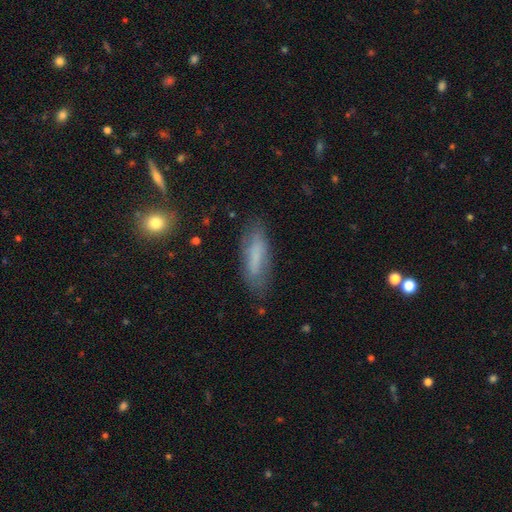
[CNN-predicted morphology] A smooth galaxy with no disk features (67%) that is cigar-shaped (54%). Merging: none (72%).